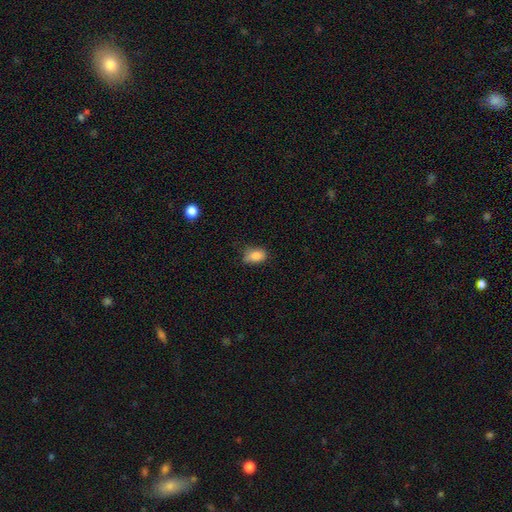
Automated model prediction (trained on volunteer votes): A smooth galaxy with no disk features (85%) that is in between round and cigar-shaped (82%). Merging: none (61%).